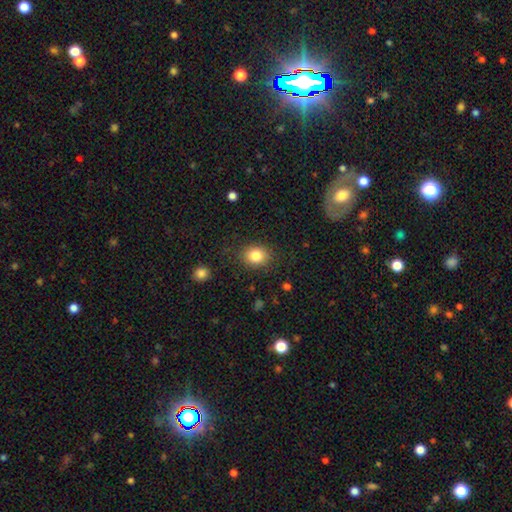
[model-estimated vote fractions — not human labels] Smooth or featured? smooth (83%)
How rounded? round (56%)
Merging? none (85%)